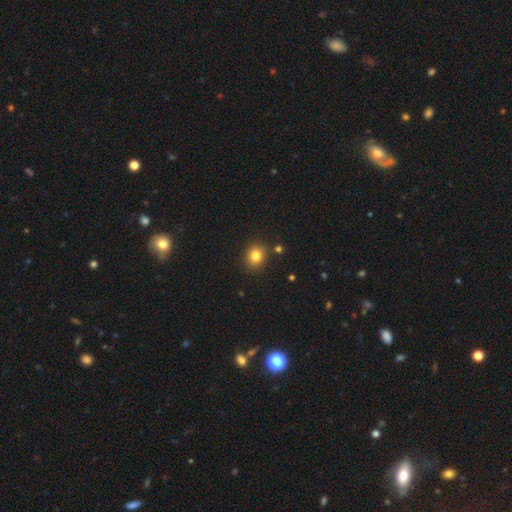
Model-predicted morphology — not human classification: type=smooth (81%); roundness=round (65%); merging=none (83%).